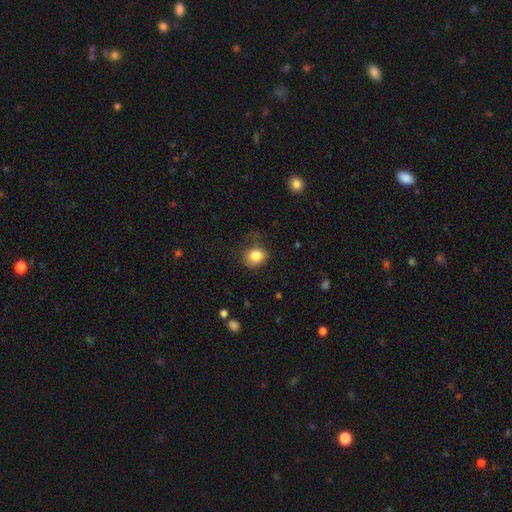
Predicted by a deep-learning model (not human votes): Smooth or featured? smooth (84%)
How rounded? round (65%)
Merging? none (65%)